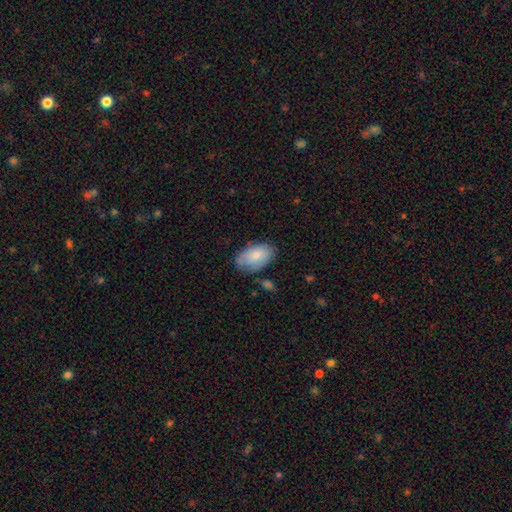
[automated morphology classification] This appears to be a smooth galaxy with no disk features (79%) that is in between round and cigar-shaped (93%). Merging: none (69%).